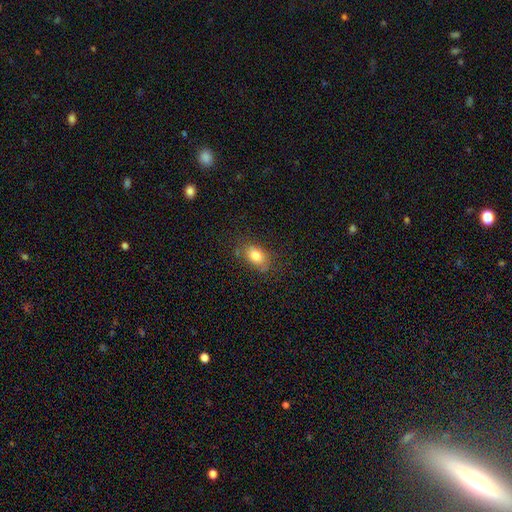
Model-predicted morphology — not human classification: Smooth or featured?
  - smooth: 79% *
  - featured or disk: 12%
  - star or artifact: 9%
How rounded?
  - in between: 85% *
  - round: 12%
  - cigar-shaped: 2%
Merging?
  - none: 70% *
  - minor disturbance: 21%
  - major disturbance: 7%
  - merger: 2%